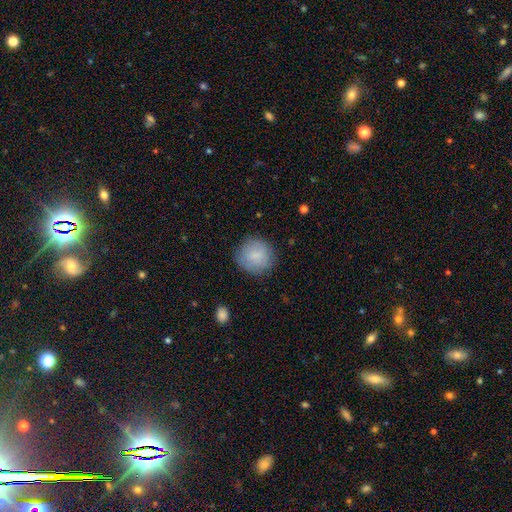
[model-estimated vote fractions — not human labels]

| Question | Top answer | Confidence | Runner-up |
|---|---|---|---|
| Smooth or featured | smooth | 83% | featured or disk (10%) |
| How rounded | round | 90% | in between (9%) |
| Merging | none | 82% | minor disturbance (13%) |